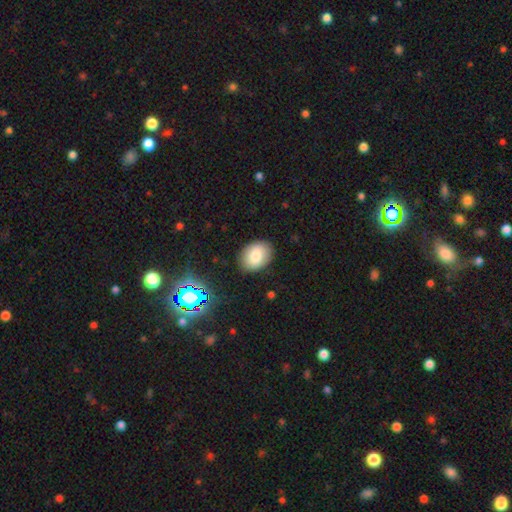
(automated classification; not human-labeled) A smooth galaxy with no disk features (80%) that is in between round and cigar-shaped (76%). Merging: none (87%).